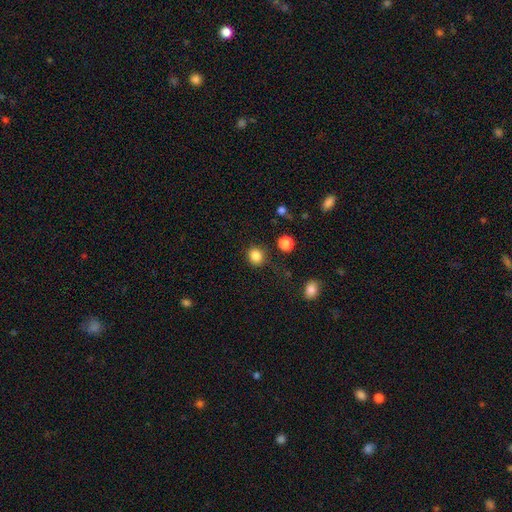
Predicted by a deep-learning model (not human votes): smooth-or-featured: smooth: 85% | star or artifact: 11% | featured or disk: 4%
  how-rounded: round: 85% | in between: 14% | cigar-shaped: 1%
  merging: none: 84% | minor disturbance: 9% | major disturbance: 3% | merger: 3%